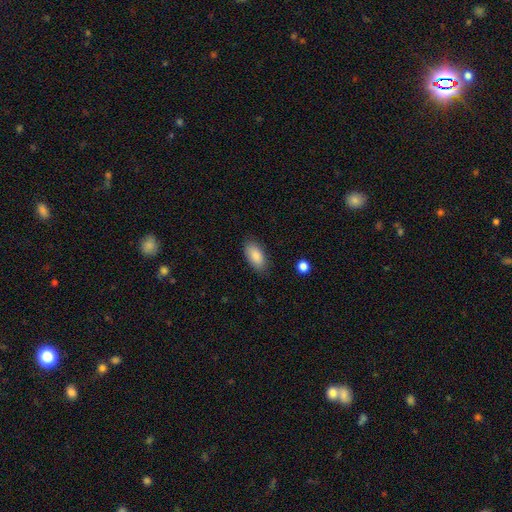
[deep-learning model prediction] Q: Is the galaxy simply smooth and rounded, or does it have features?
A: smooth — 87%.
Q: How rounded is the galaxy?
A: in between — 92%.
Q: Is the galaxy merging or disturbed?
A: none — 84%.